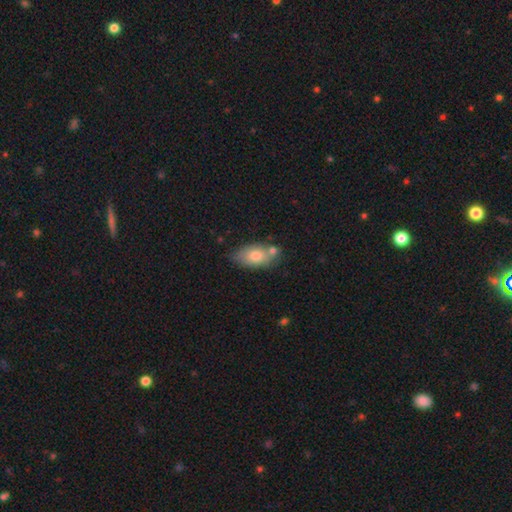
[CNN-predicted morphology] A smooth galaxy with no disk features (75%) that is in between round and cigar-shaped (90%).

Vote fractions:
- Smooth or featured? smooth: 75% / featured or disk: 18% / star or artifact: 7%
- How rounded? in between: 90% / round: 7% / cigar-shaped: 3%
- Merging? none: 61% / minor disturbance: 19% / merger: 16% / major disturbance: 4%